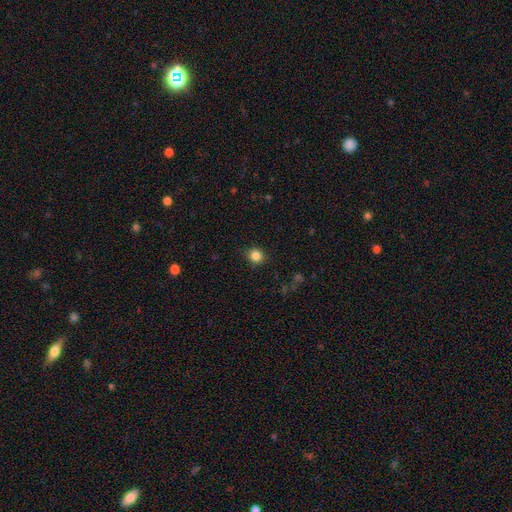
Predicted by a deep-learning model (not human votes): A smooth galaxy with no disk features (84%) that is round (83%).

Vote fractions:
- Smooth or featured? smooth: 84% / star or artifact: 12% / featured or disk: 5%
- How rounded? round: 83% / in between: 16% / cigar-shaped: 1%
- Merging? none: 88% / minor disturbance: 9% / major disturbance: 2% / merger: 1%